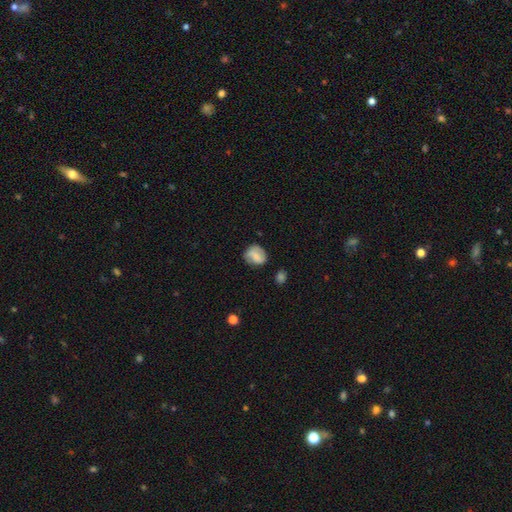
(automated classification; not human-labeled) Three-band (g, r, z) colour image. It shows a smooth galaxy with no disk features (62%) that is round (64%). Merging: none (63%).